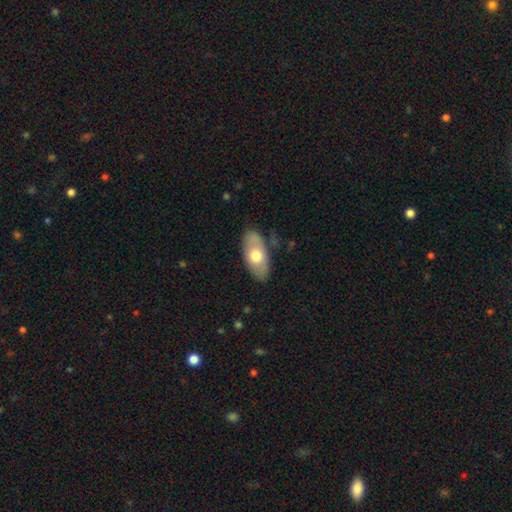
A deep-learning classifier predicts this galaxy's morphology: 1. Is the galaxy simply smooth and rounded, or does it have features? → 60% smooth, 34% featured or disk, 5% star or artifact.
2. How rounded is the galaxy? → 91% in between, 5% cigar-shaped, 4% round.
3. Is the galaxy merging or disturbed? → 80% none, 15% minor disturbance, 4% major disturbance, 2% merger.